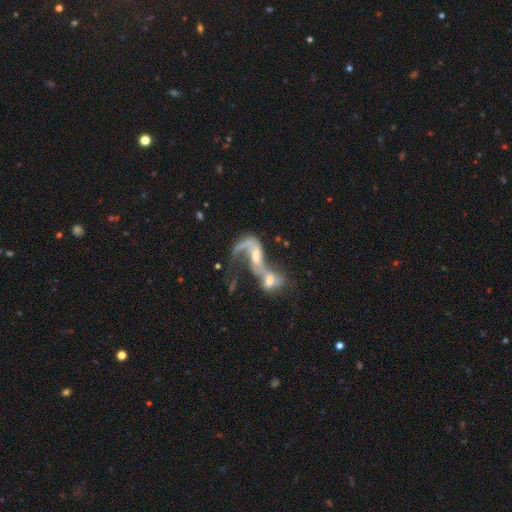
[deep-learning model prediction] Q: Smooth or featured?
A: featured or disk (71%); runner-up: smooth (18%)
Q: Edge-on disk?
A: no (92%); runner-up: yes (8%)
Q: Bar?
A: no (56%); runner-up: weak (30%)
Q: Spiral arms?
A: yes (72%); runner-up: no (28%)
Q: Bulge size?
A: moderate (43%); runner-up: small (40%)
Q: Merging?
A: merger (75%); runner-up: none (11%)